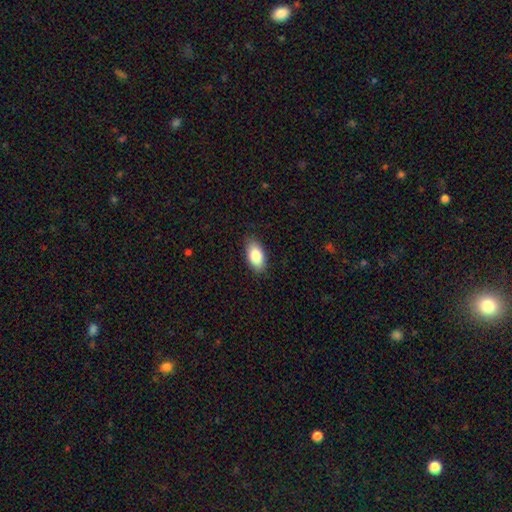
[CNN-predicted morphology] Q: Smooth or featured?
A: smooth (85%); runner-up: featured or disk (9%)
Q: How rounded?
A: in between (93%); runner-up: round (4%)
Q: Merging?
A: none (85%); runner-up: minor disturbance (11%)